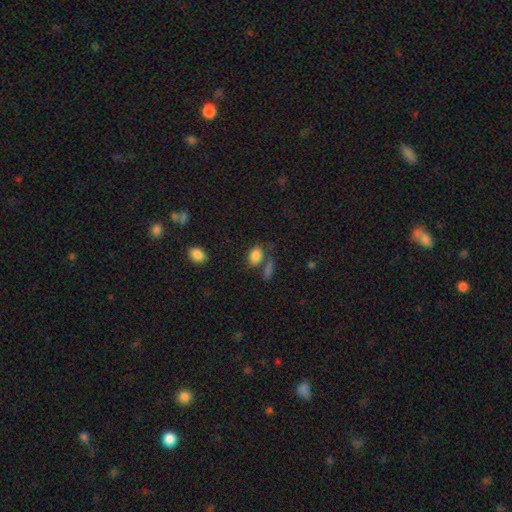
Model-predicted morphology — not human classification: smooth_or_featured: smooth (p=0.84) [alt: star or artifact p=0.10]
how_rounded: in between (p=0.79) [alt: round p=0.19]
merging: none (p=0.55) [alt: merger p=0.21]